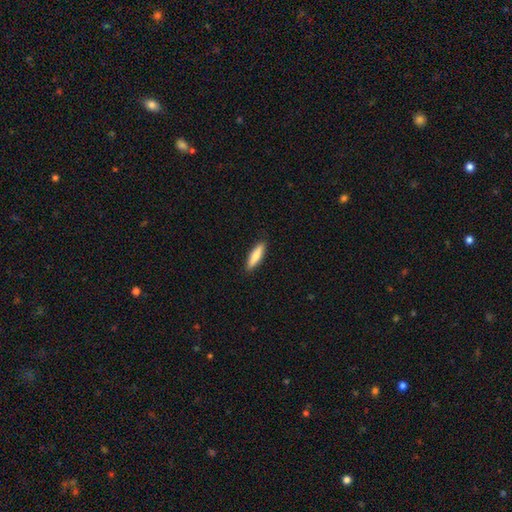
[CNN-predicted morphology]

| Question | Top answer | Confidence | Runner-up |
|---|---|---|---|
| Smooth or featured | smooth | 79% | featured or disk (16%) |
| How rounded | cigar-shaped | 72% | in between (26%) |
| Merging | none | 90% | minor disturbance (7%) |